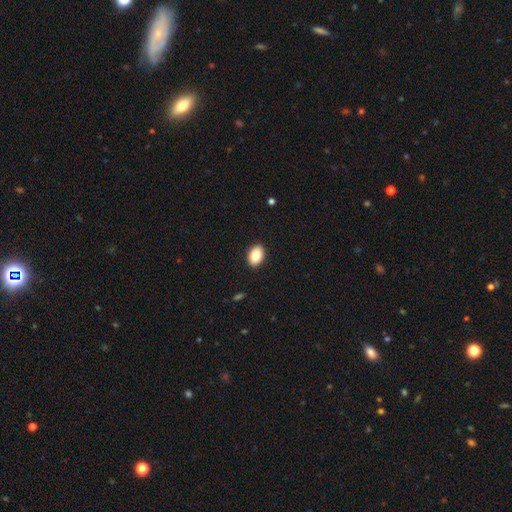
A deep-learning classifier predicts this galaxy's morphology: smooth_or_featured: smooth (p=0.86) [alt: star or artifact p=0.07]
how_rounded: in between (p=0.84) [alt: round p=0.15]
merging: none (p=0.91) [alt: minor disturbance p=0.07]